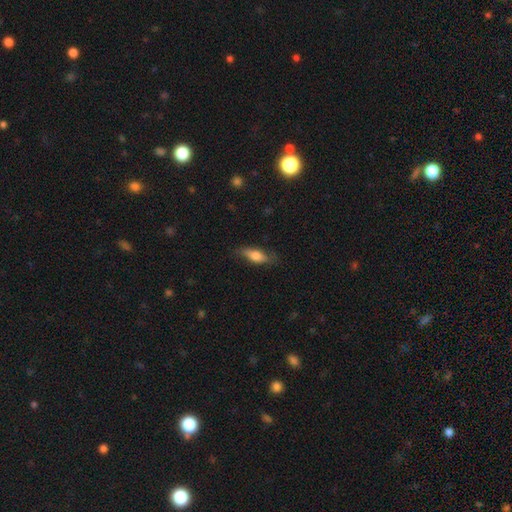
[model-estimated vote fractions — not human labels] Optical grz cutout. It shows a smooth galaxy with no disk features (67%) that is in between round and cigar-shaped (62%). Merging: none (73%).